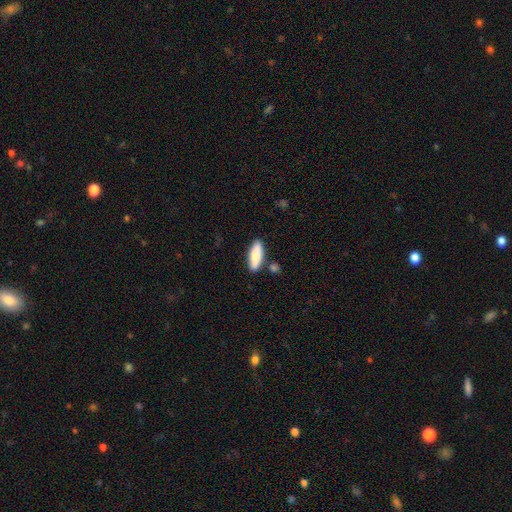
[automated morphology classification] Smooth or featured?
  - smooth: 78% *
  - featured or disk: 16%
  - star or artifact: 6%
How rounded?
  - in between: 62% *
  - cigar-shaped: 36%
  - round: 2%
Merging?
  - none: 81% *
  - minor disturbance: 11%
  - merger: 6%
  - major disturbance: 2%